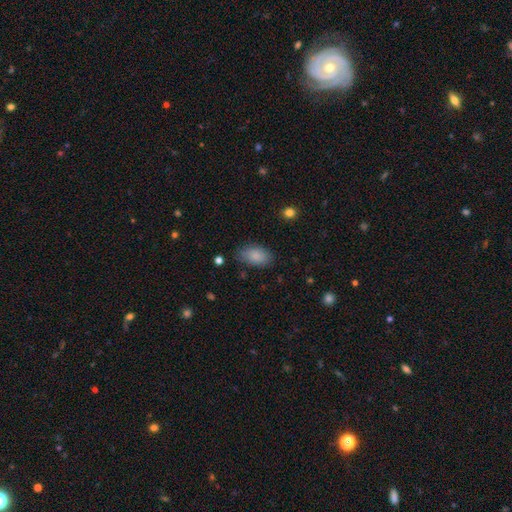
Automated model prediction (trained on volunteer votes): Morphology: type=smooth (87%); roundness=in between (93%); merging=none (79%).